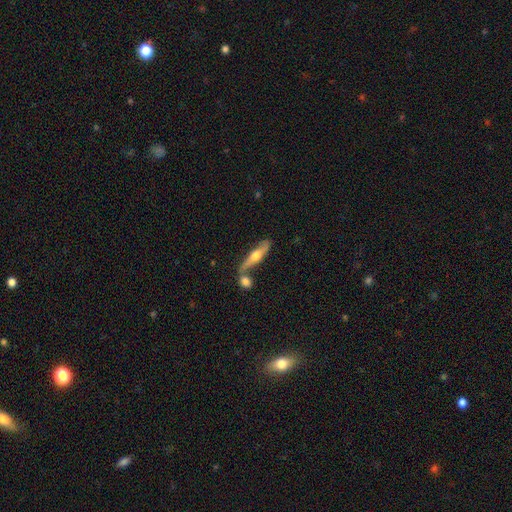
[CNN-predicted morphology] Q: Smooth or featured?
A: featured or disk (60%); runner-up: smooth (35%)
Q: Edge-on disk?
A: yes (84%); runner-up: no (16%)
Q: Edge-on bulge?
A: rounded (93%); runner-up: none (4%)
Q: Merging?
A: none (60%); runner-up: merger (23%)